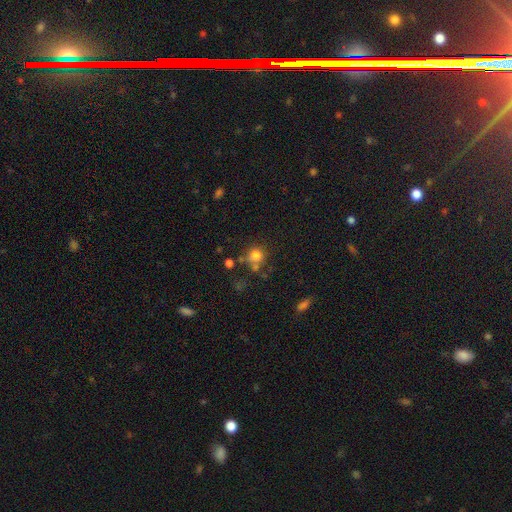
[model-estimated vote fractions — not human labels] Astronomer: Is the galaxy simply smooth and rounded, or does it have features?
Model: smooth — 77%.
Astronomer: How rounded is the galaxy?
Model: round — 86%.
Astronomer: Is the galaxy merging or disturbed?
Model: none — 61%.